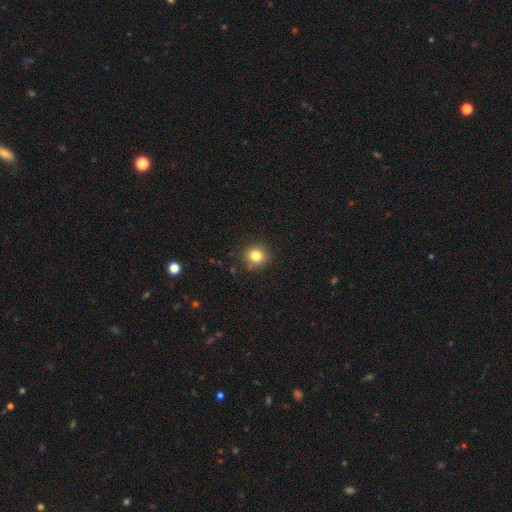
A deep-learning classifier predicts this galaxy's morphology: This appears to be a smooth galaxy with no disk features (82%) that is round (90%). Merging: none (89%).